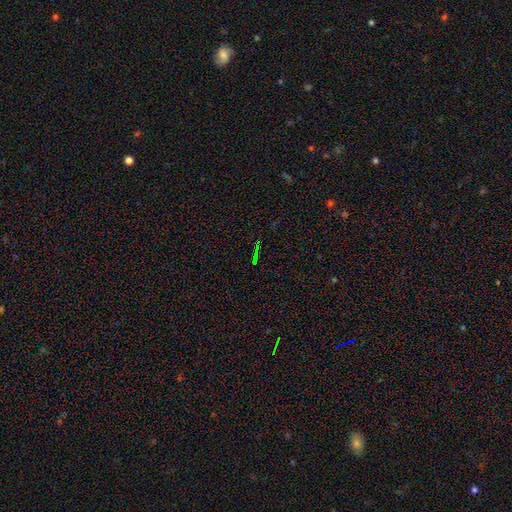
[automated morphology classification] Smooth or featured? Predicted: star or artifact (p=0.72).